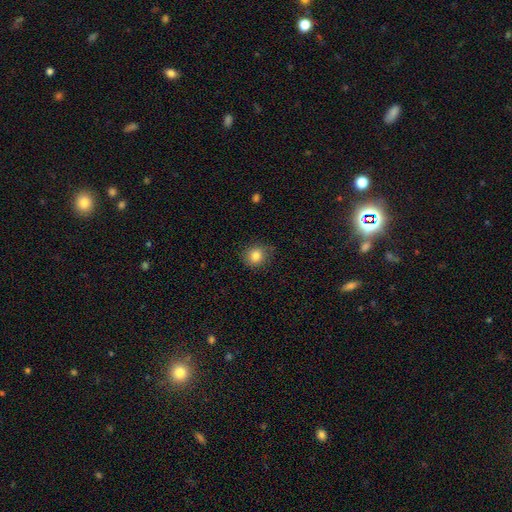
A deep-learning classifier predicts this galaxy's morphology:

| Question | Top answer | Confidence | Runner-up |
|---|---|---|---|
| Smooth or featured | smooth | 83% | star or artifact (11%) |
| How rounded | round | 84% | in between (15%) |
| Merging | none | 83% | minor disturbance (13%) |